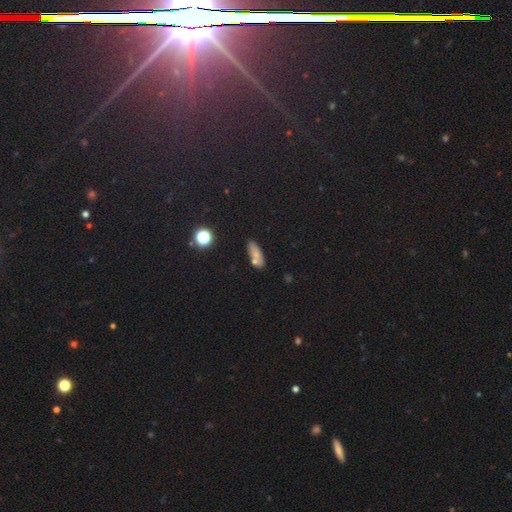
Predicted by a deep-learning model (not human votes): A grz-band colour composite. It shows a smooth galaxy with no disk features (54%) that is in between round and cigar-shaped (59%). Merging: none (70%).